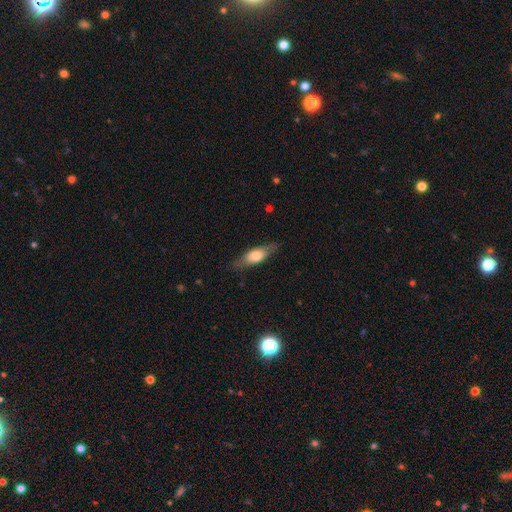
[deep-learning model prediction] Overall: smooth (61%; featured or disk 33%). How rounded: in between (61%; cigar-shaped 37%). Merging: none (79%).